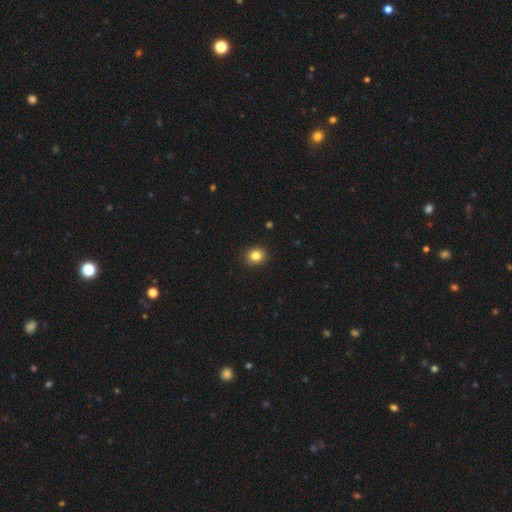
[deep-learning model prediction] Smooth or featured? Predicted: smooth (p=0.84). How rounded? Predicted: round (p=0.70). Merging? Predicted: none (p=0.91).